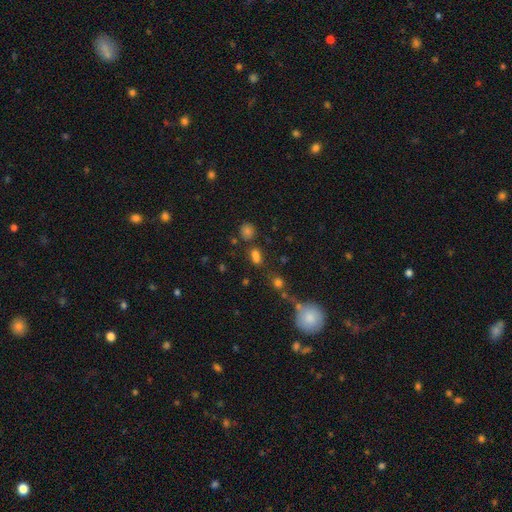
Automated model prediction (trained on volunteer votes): smooth_or_featured: smooth (p=0.67) [alt: star or artifact p=0.25]
how_rounded: in between (p=0.56) [alt: round p=0.39]
merging: none (p=0.63) [alt: merger p=0.19]